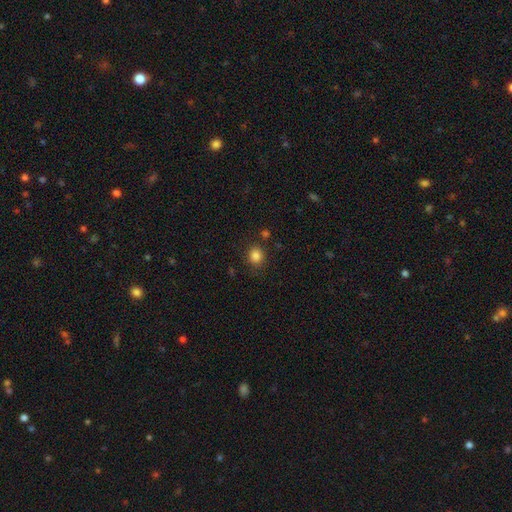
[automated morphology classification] Smooth or featured: smooth — 84% (star or artifact — 12%)
How rounded: round — 81% (in between — 18%)
Merging: none — 84% (minor disturbance — 10%)